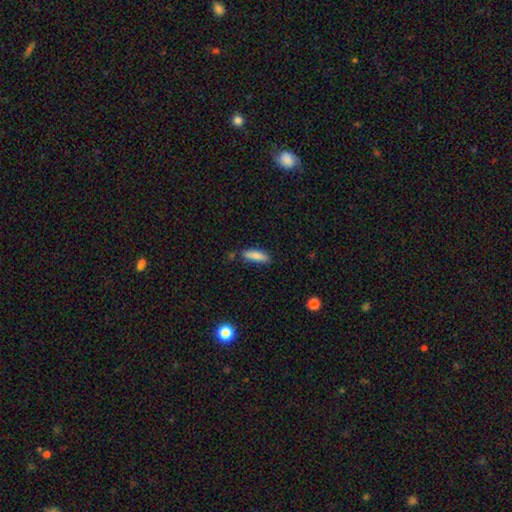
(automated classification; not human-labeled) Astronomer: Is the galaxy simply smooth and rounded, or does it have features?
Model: smooth — 82%.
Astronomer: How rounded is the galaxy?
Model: cigar-shaped — 52% (runner-up: in between, 46%).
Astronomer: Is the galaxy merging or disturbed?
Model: none — 79%.